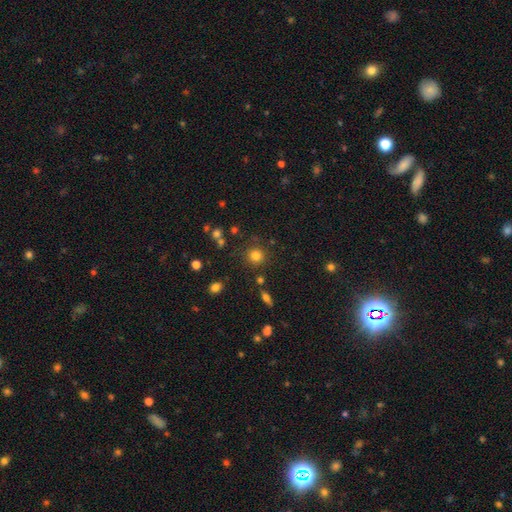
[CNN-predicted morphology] The model was most divided on "smooth or featured": smooth: 79%, star or artifact: 14%, featured or disk: 7%. More confident: how rounded — round (92%); merging — none (83%).